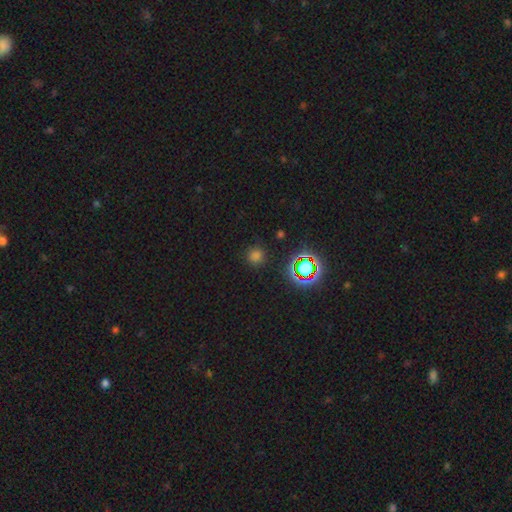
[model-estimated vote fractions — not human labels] Q: Smooth or featured?
A: smooth (66%); runner-up: star or artifact (28%)
Q: How rounded?
A: round (92%); runner-up: in between (7%)
Q: Merging?
A: none (87%); runner-up: minor disturbance (8%)